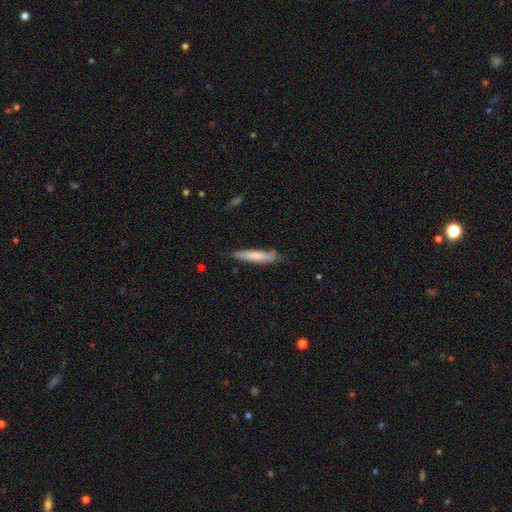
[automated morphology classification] Smooth or featured? smooth (73%)
How rounded? cigar-shaped (88%)
Merging? none (77%)